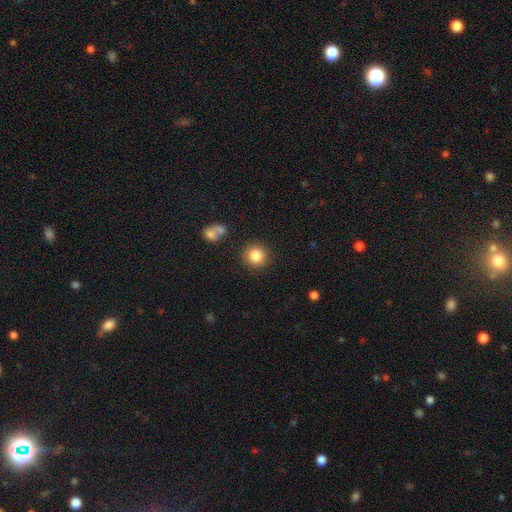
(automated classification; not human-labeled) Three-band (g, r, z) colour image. It shows a smooth galaxy with no disk features (83%) that is round (92%). Merging: none (88%).